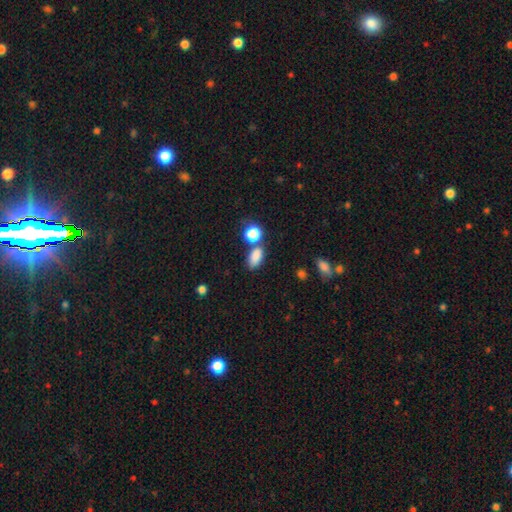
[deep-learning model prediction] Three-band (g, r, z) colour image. It shows a smooth galaxy with no disk features (84%) that is in between round and cigar-shaped (85%). Merging: none (58%).